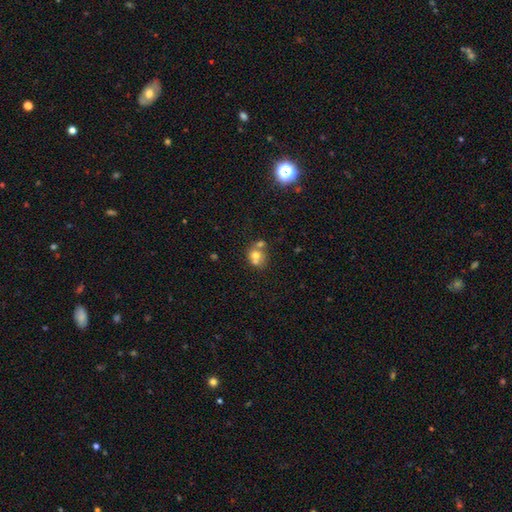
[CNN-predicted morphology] Overall: smooth (66%). How rounded: round (71%). Merging: merger (52%; none 36%).